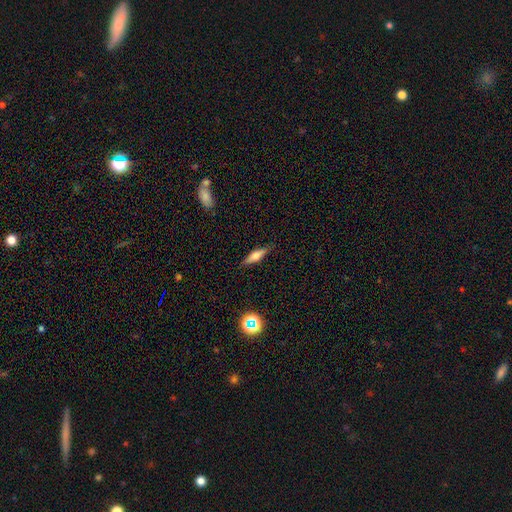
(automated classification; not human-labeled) Smooth or featured: smooth — 52% (featured or disk — 39%)
How rounded: cigar-shaped — 72% (in between — 26%)
Merging: none — 86% (minor disturbance — 10%)